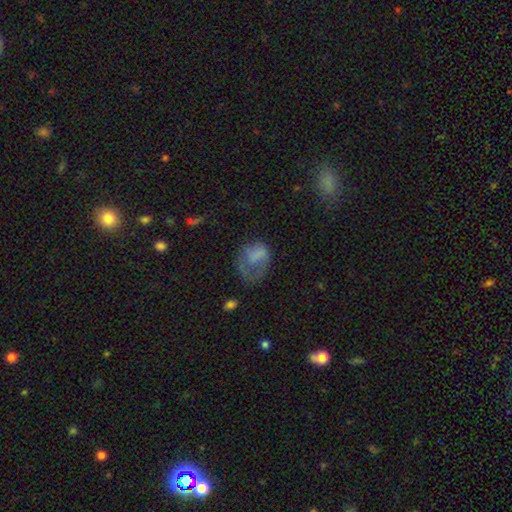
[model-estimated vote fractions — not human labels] Q: Smooth or featured?
A: smooth (63%); runner-up: featured or disk (25%)
Q: How rounded?
A: in between (63%); runner-up: round (36%)
Q: Merging?
A: major disturbance (42%); runner-up: none (29%)